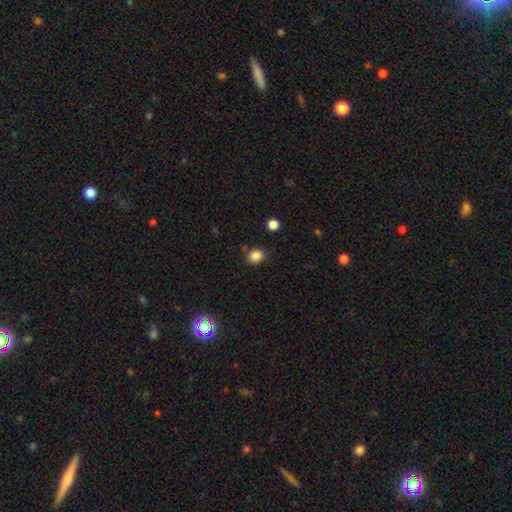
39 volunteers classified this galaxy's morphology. Overall: smooth (90%). How rounded: round (77%). Merging: none (78%).